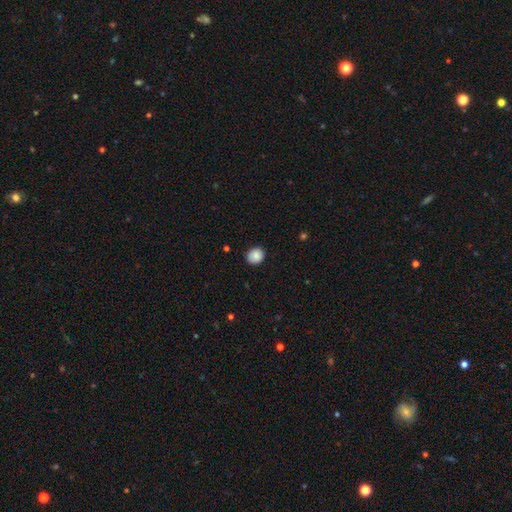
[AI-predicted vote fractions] A smooth galaxy with no disk features (87%) that is round (72%). Merging: none (86%).